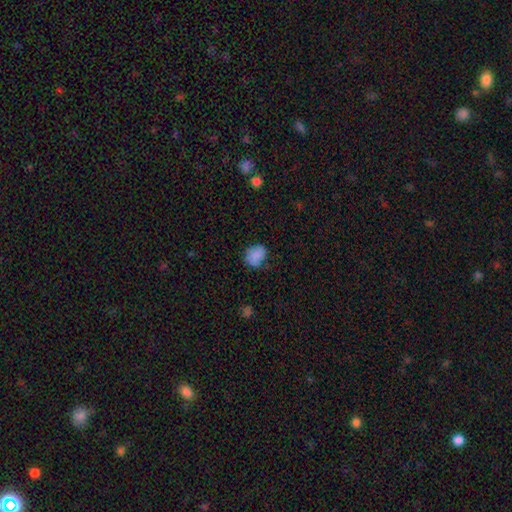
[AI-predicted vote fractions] Smooth or featured?
  - smooth: 83% *
  - star or artifact: 9%
  - featured or disk: 7%
How rounded?
  - round: 51% *
  - in between: 48%
  - cigar-shaped: 1%
Merging?
  - none: 65% *
  - minor disturbance: 27%
  - major disturbance: 7%
  - merger: 2%